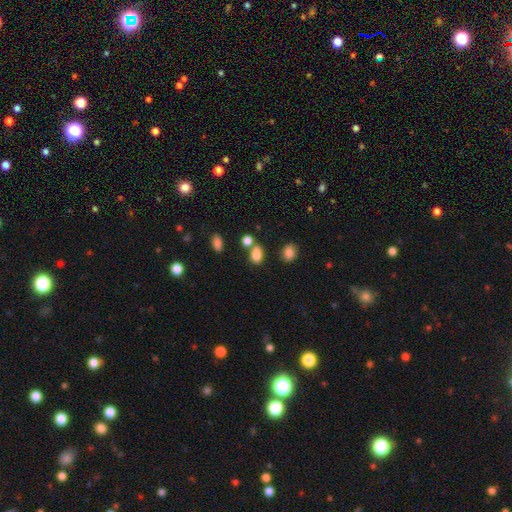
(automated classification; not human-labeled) A smooth galaxy with no disk features (82%) that is in between round and cigar-shaped (79%). Merging: none (55%).